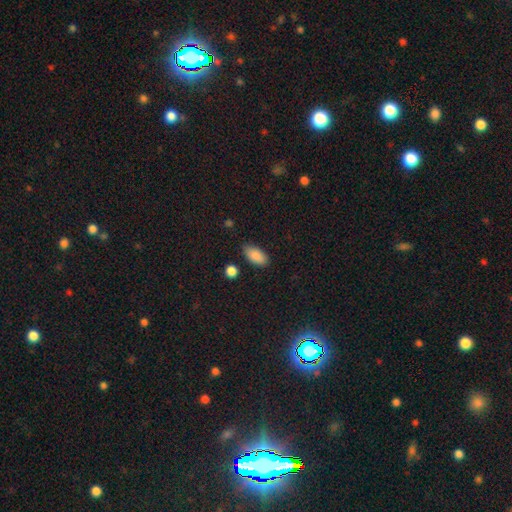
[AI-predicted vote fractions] Smooth or featured? smooth (87%)
How rounded? in between (92%)
Merging? none (79%)